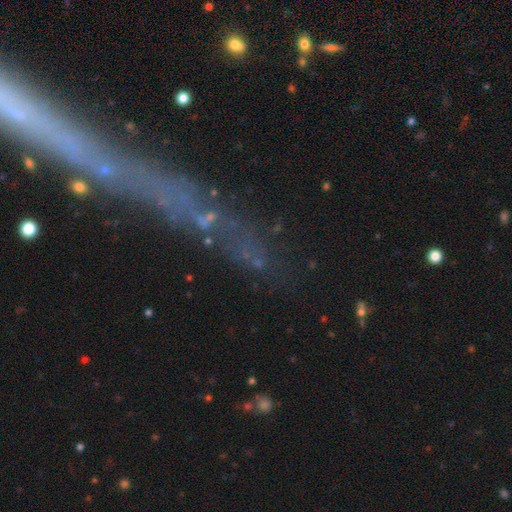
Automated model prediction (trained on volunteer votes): smooth-or-featured: star or artifact: 36% | featured or disk: 33% | smooth: 30%